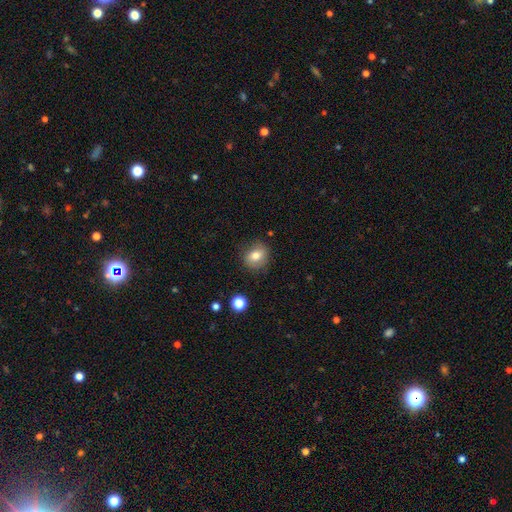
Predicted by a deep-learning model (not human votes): Overall: smooth (77%). How rounded: round (66%; in between 33%). Merging: none (78%).